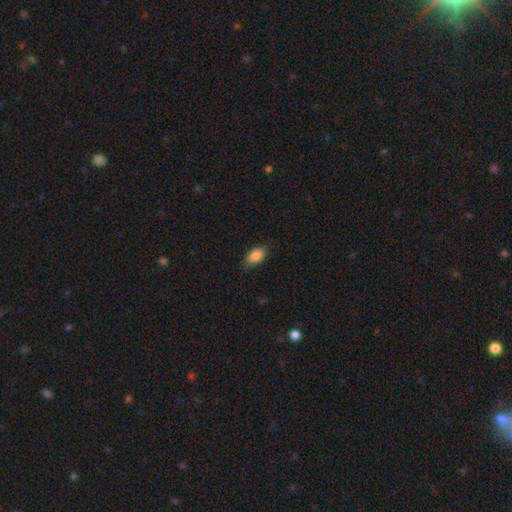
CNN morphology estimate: Smooth or featured? smooth (85%)
How rounded? in between (89%)
Merging? none (80%)